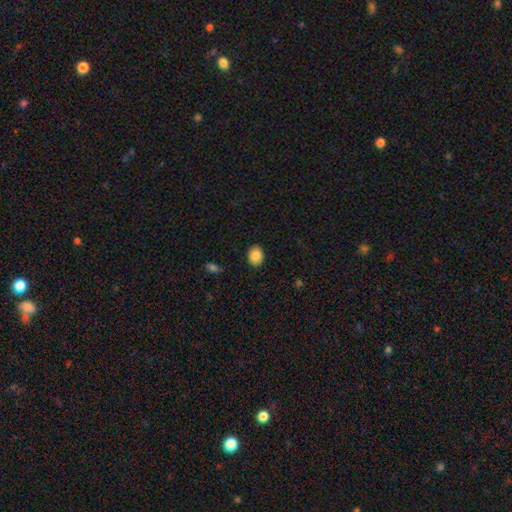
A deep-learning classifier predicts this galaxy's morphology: Smooth or featured?
  - smooth: 88% *
  - star or artifact: 8%
  - featured or disk: 4%
How rounded?
  - in between: 62% *
  - round: 37%
  - cigar-shaped: 1%
Merging?
  - none: 89% *
  - minor disturbance: 8%
  - major disturbance: 2%
  - merger: 1%